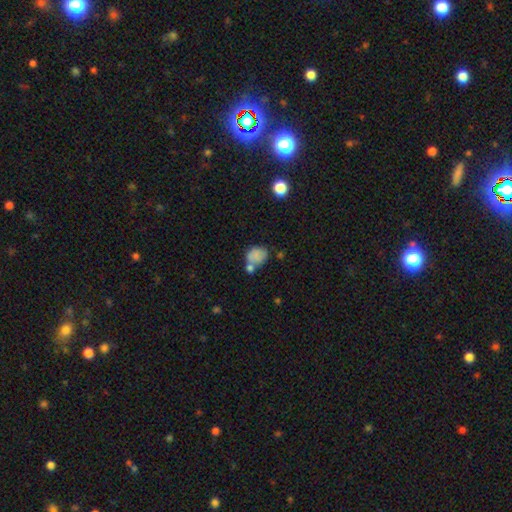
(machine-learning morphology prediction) Q: Smooth or featured?
A: smooth (77%); runner-up: featured or disk (13%)
Q: How rounded?
A: in between (53%); runner-up: round (46%)
Q: Merging?
A: none (39%); runner-up: merger (33%)